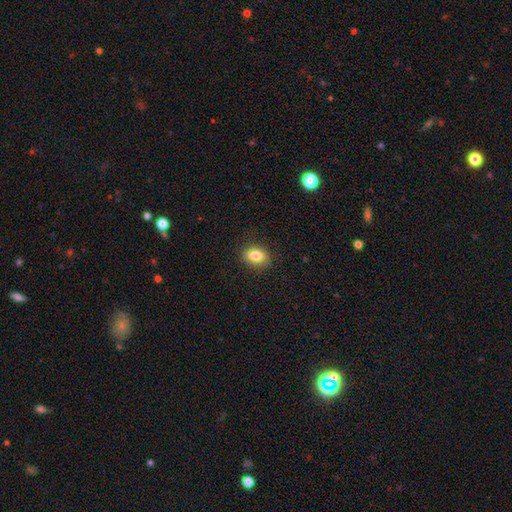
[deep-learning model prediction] Smooth or featured? smooth (84%)
How rounded? in between (72%)
Merging? none (86%)